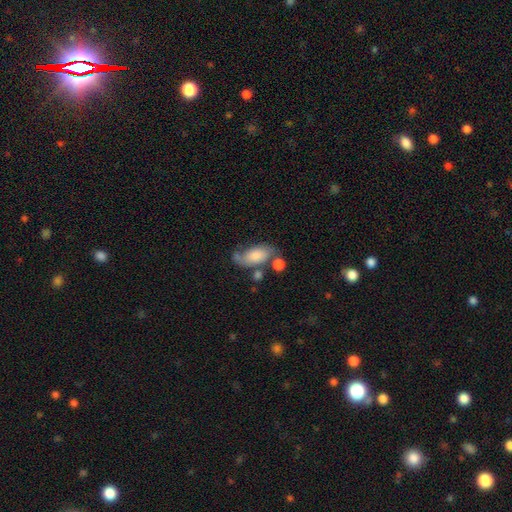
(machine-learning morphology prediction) Smooth or featured: smooth — 57% (featured or disk — 35%)
How rounded: in between — 90% (round — 6%)
Merging: none — 43% (minor disturbance — 24%)